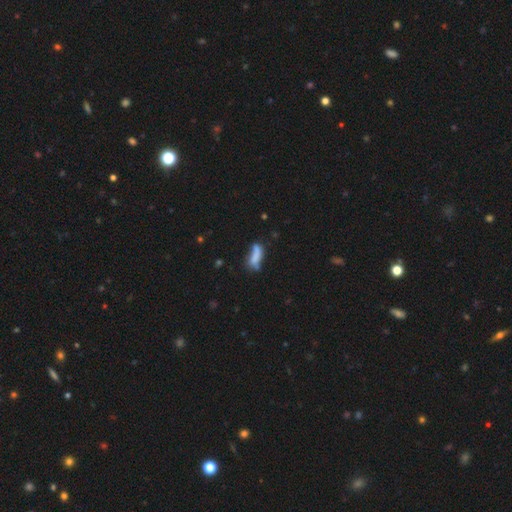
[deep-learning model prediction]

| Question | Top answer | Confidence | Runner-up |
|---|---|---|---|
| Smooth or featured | smooth | 67% | featured or disk (23%) |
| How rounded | in between | 58% | cigar-shaped (38%) |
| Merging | none | 39% | minor disturbance (29%) |